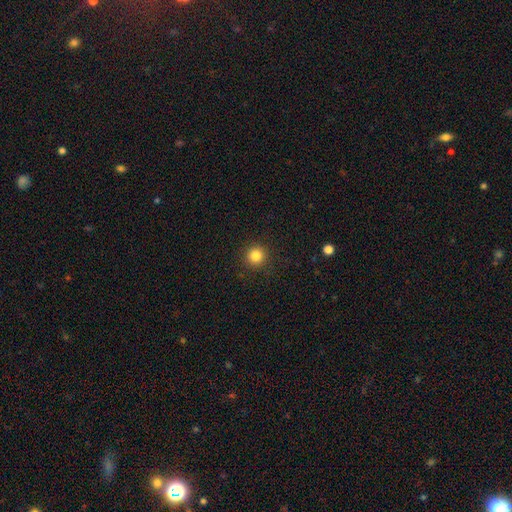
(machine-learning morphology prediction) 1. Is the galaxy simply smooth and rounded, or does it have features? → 84% smooth, 12% star or artifact, 5% featured or disk.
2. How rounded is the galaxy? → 95% round, 4% in between, 1% cigar-shaped.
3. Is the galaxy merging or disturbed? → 91% none, 6% minor disturbance, 2% major disturbance, 1% merger.